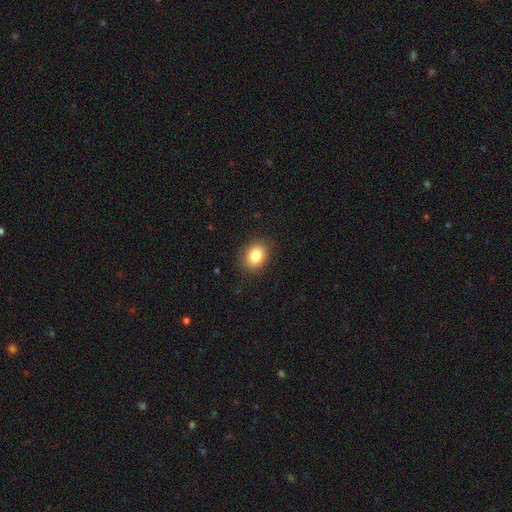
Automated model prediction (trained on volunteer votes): Smooth or featured? smooth (83%)
How rounded? in between (51%)
Merging? none (87%)